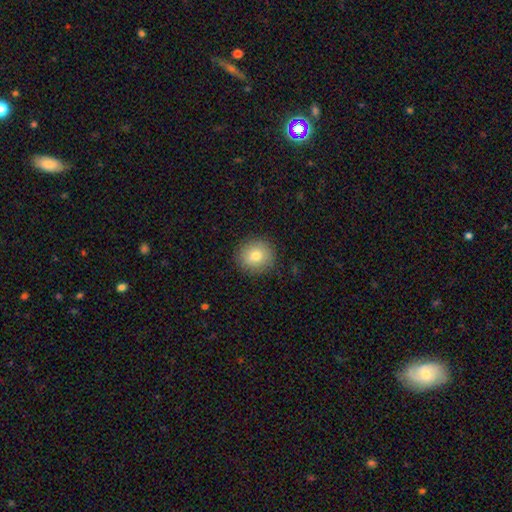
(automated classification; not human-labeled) A smooth galaxy with no disk features (79%) that is round (89%).

Vote fractions:
- Smooth or featured? smooth: 79% / featured or disk: 11% / star or artifact: 10%
- How rounded? round: 89% / in between: 11% / cigar-shaped: 1%
- Merging? none: 89% / minor disturbance: 8% / major disturbance: 2% / merger: 1%